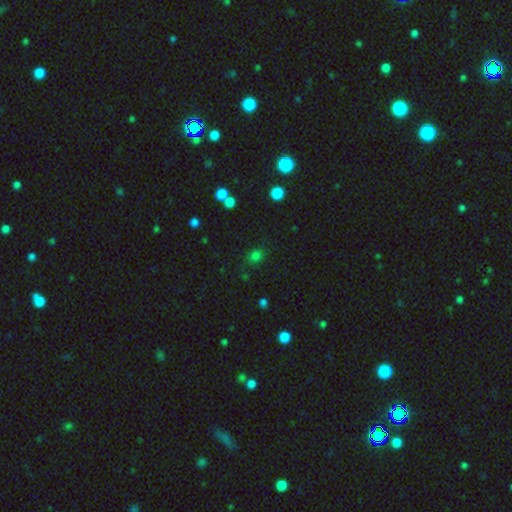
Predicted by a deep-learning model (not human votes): A smooth galaxy with no disk features (74%) that is round (76%). Merging: none (79%).